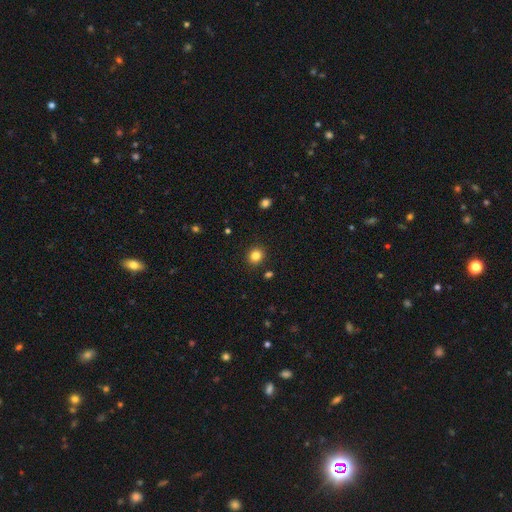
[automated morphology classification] Overall: smooth (83%). How rounded: round (84%). Merging: none (90%).